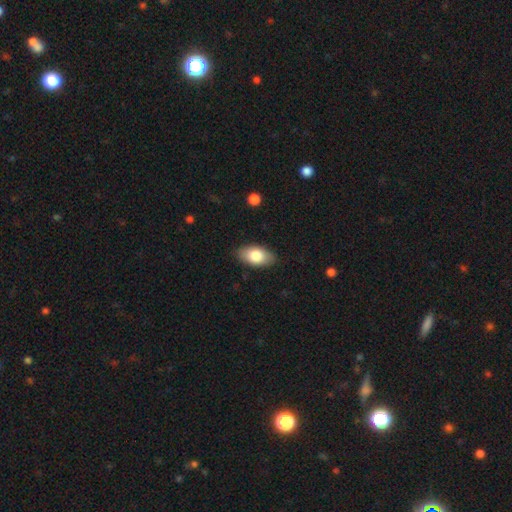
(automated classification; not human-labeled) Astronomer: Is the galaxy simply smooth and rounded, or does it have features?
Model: smooth — 79%.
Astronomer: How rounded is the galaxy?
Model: in between — 93%.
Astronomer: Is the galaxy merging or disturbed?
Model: none — 87%.